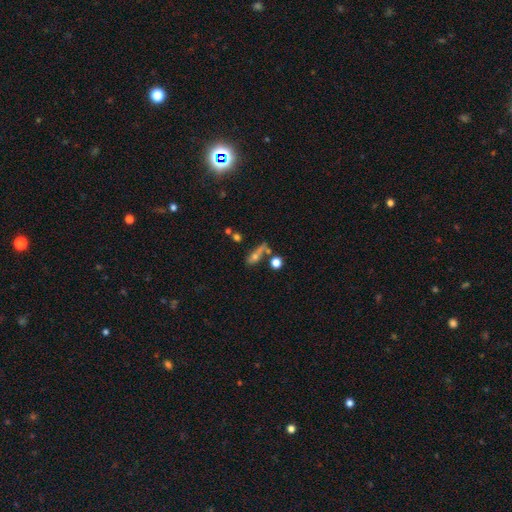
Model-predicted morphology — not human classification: This appears to be a smooth galaxy with no disk features (42%). Merging: none (46%).